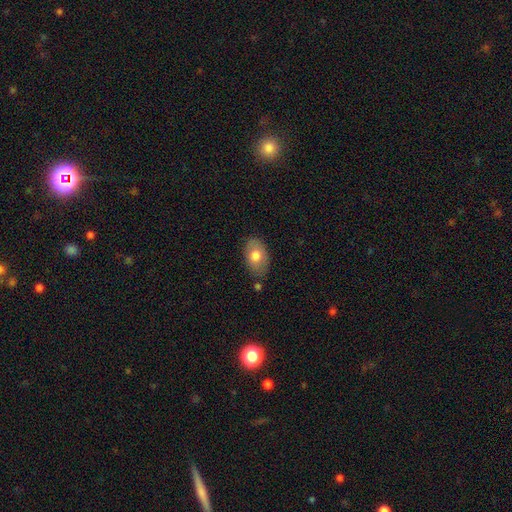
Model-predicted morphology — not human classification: type=smooth (75%); roundness=in between (88%); merging=none (75%).